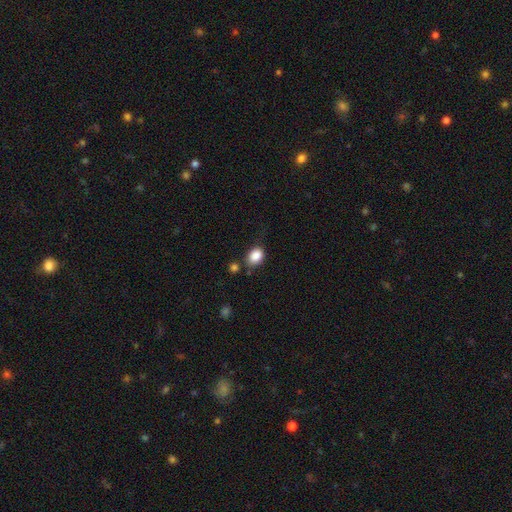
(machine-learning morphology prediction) smooth 87%, star or artifact 9%, featured or disk 5%. Down the decision tree: how rounded — in between (67%); merging — none (68%).